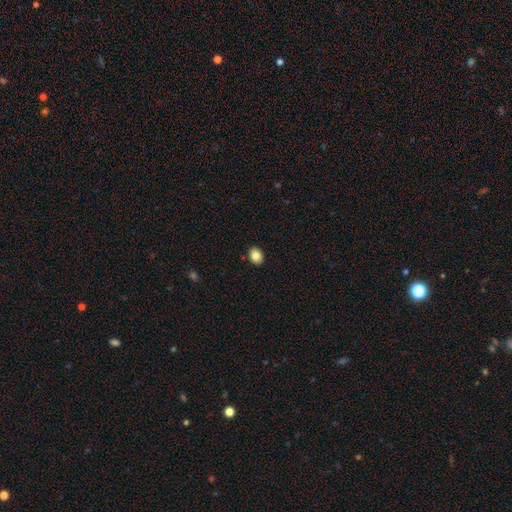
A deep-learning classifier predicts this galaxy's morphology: Smooth or featured?
  - smooth: 85% *
  - star or artifact: 9%
  - featured or disk: 7%
How rounded?
  - in between: 55% *
  - round: 44%
  - cigar-shaped: 1%
Merging?
  - none: 90% *
  - minor disturbance: 7%
  - major disturbance: 2%
  - merger: 1%